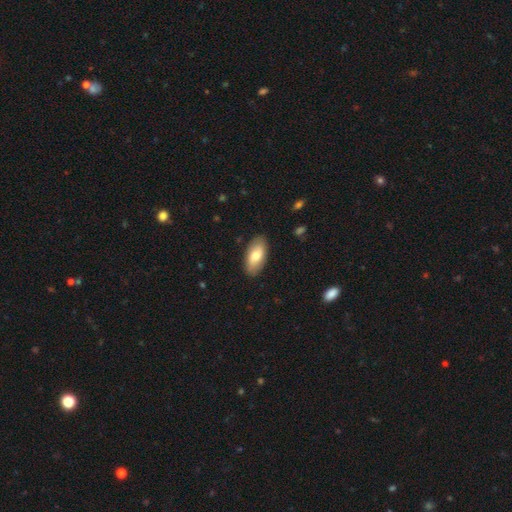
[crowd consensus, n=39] A smooth galaxy with no disk features (74%) that is in between round and cigar-shaped (90%).

Vote fractions:
- Smooth or featured? smooth: 74% / featured or disk: 18% / star or artifact: 8%
- How rounded? in between: 90% / cigar-shaped: 10% / round: 0%
- Merging? none: 81% / minor disturbance: 17% / major disturbance: 3% / merger: 0%